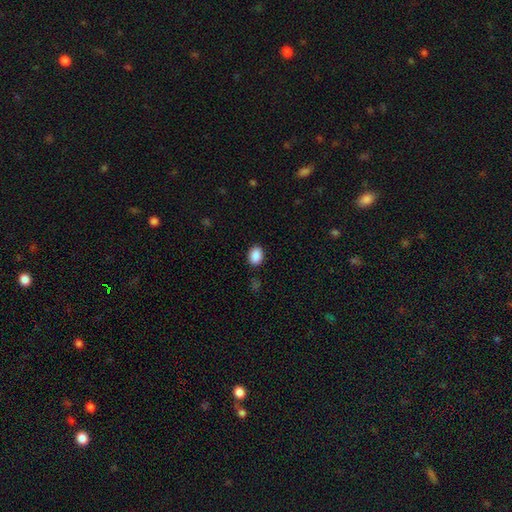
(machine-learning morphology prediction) A smooth galaxy with no disk features (89%) that is in between round and cigar-shaped (75%).

Vote fractions:
- Smooth or featured? smooth: 89% / star or artifact: 8% / featured or disk: 3%
- How rounded? in between: 75% / round: 24% / cigar-shaped: 1%
- Merging? none: 88% / minor disturbance: 9% / major disturbance: 2% / merger: 1%